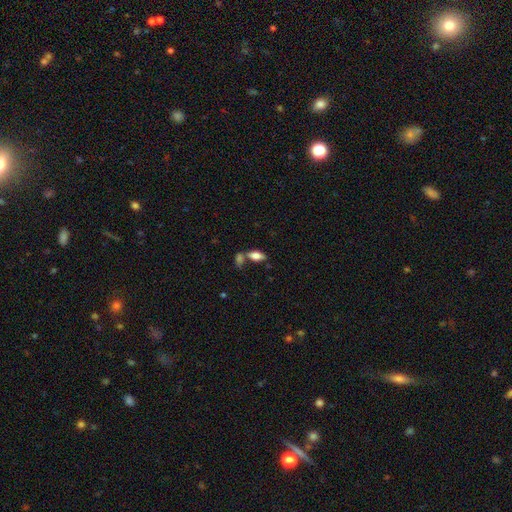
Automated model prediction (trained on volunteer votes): Smooth or featured? smooth (77%)
How rounded? in between (86%)
Merging? none (51%)